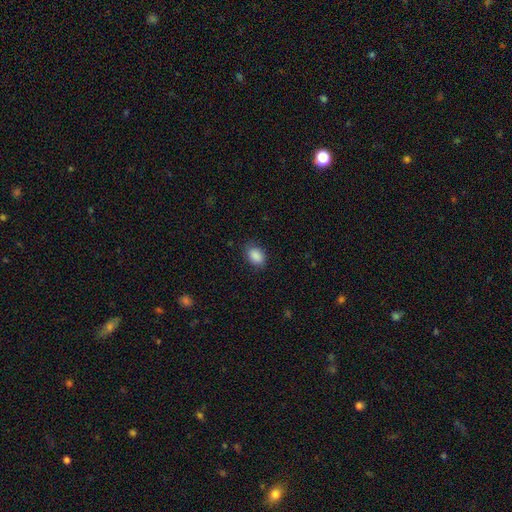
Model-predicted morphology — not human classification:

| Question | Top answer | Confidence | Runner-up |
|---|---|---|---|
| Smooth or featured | smooth | 89% | star or artifact (8%) |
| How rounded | in between | 80% | round (19%) |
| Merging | none | 81% | minor disturbance (14%) |